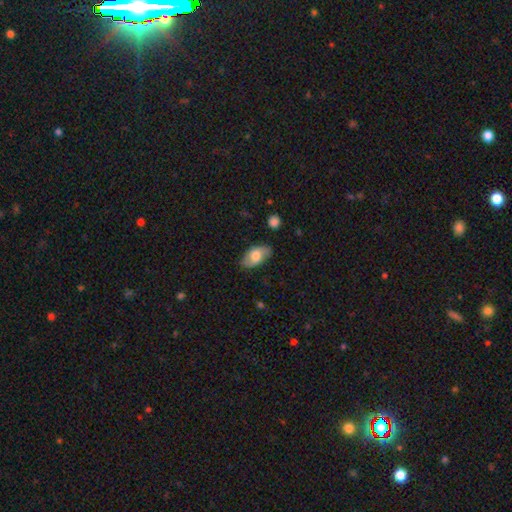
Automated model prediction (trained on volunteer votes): Overall: smooth (59%; featured or disk 34%). How rounded: in between (92%). Merging: none (78%).